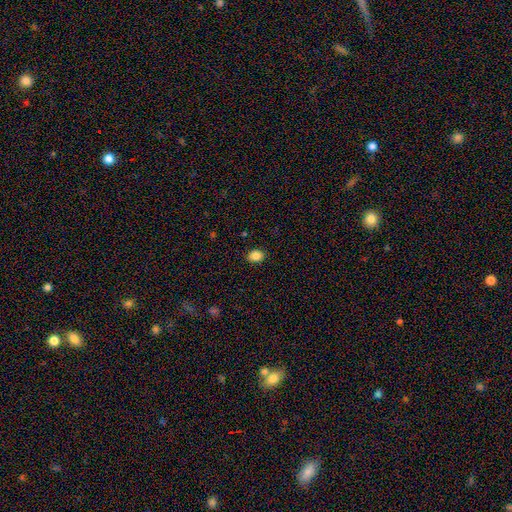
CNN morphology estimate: A smooth galaxy with no disk features (86%) that is in between round and cigar-shaped (62%). Merging: none (88%).